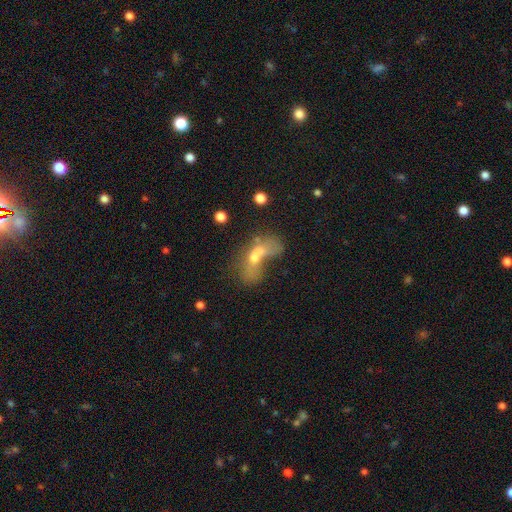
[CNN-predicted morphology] This appears to be a smooth galaxy with no disk features (45%). Merging: merger (52%).